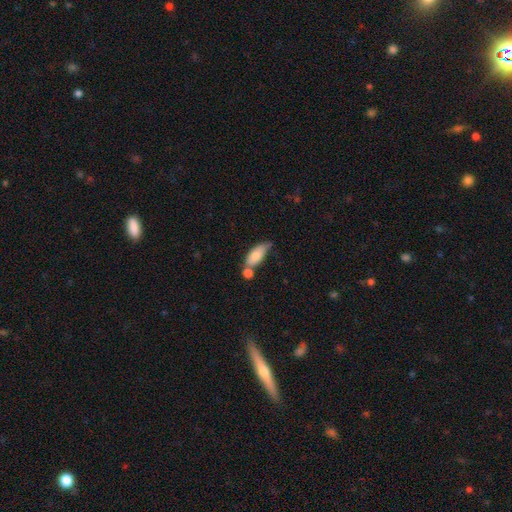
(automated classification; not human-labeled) Smooth or featured? Predicted: smooth (p=0.77). How rounded? Predicted: in between (p=0.81). Merging? Predicted: none (p=0.40).